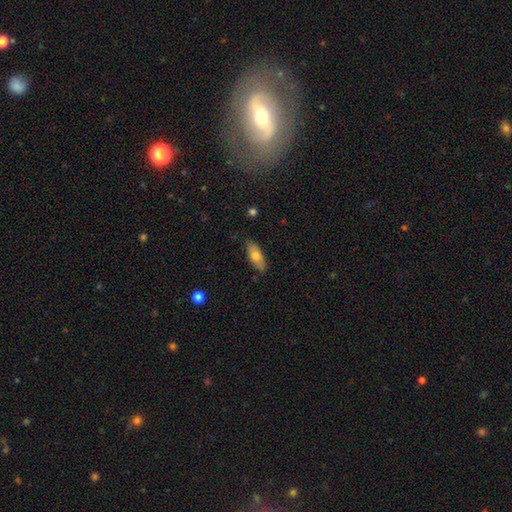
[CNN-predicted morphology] The model was most divided on "how rounded": in between: 70%, cigar-shaped: 27%, round: 3%. More confident: merging — none (84%); smooth or featured — smooth (69%).